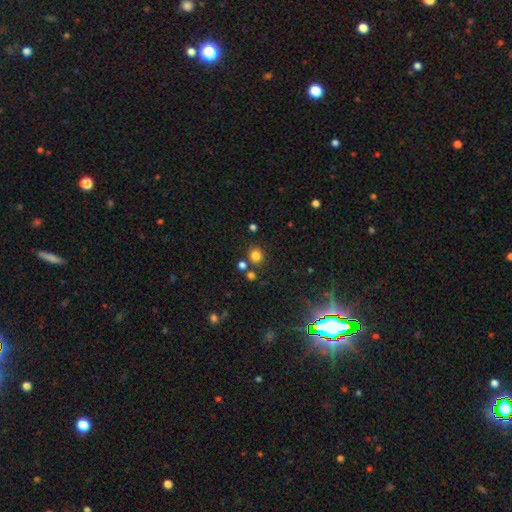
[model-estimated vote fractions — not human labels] The model was most divided on "smooth or featured": smooth: 79%, star or artifact: 15%, featured or disk: 5%. More confident: how rounded — round (86%); merging — none (79%).